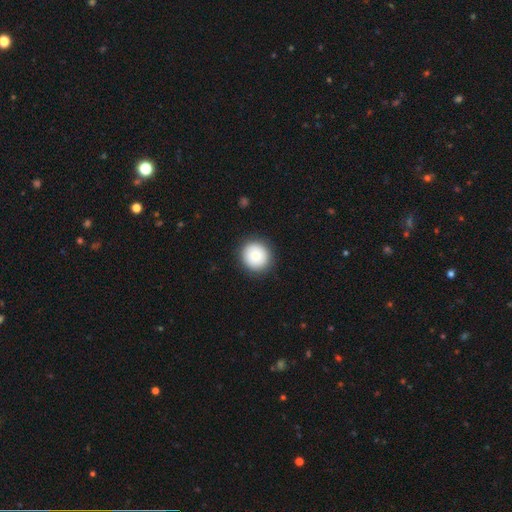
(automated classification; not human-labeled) smooth-or-featured: smooth: 72% | featured or disk: 19% | star or artifact: 9%
  how-rounded: round: 94% | in between: 5% | cigar-shaped: 1%
  merging: none: 90% | minor disturbance: 7% | major disturbance: 2% | merger: 1%